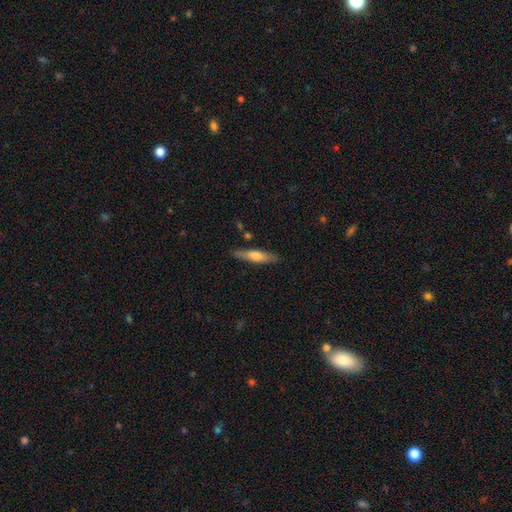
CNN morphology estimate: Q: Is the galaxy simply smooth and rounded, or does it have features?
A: smooth — 53%.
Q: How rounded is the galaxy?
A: cigar-shaped — 82%.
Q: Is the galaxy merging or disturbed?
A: none — 85%.